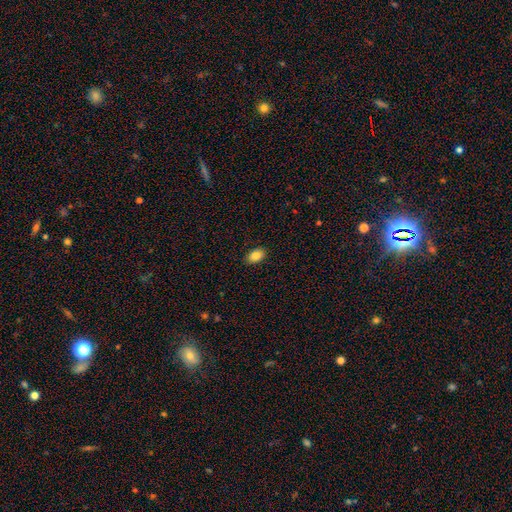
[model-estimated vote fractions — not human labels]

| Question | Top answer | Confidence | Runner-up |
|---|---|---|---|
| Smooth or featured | smooth | 86% | star or artifact (8%) |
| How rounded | in between | 89% | round (9%) |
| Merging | none | 88% | minor disturbance (9%) |